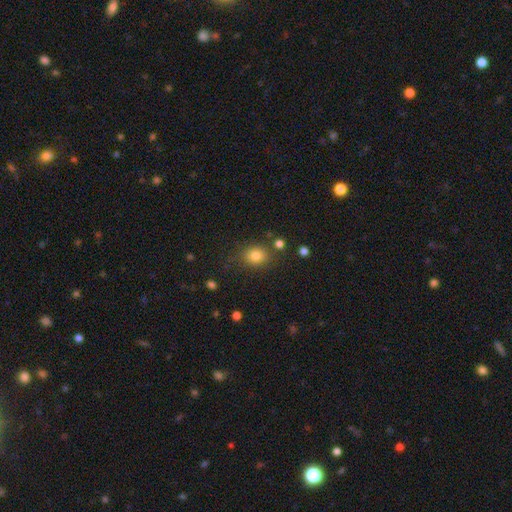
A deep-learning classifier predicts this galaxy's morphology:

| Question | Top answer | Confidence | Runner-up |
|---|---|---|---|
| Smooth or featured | smooth | 81% | star or artifact (12%) |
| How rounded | round | 65% | in between (34%) |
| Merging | none | 77% | minor disturbance (13%) |